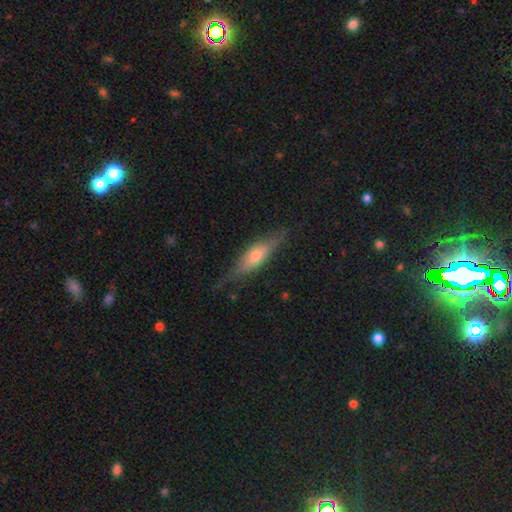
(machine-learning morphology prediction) type=featured or disk (50%); edge-on=yes (89%); merging=none (75%).